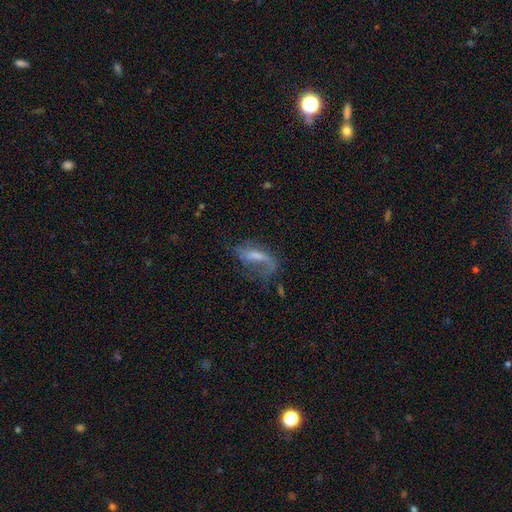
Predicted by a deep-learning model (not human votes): This appears to be a featured or disk galaxy (56%). Merging: none (40%).